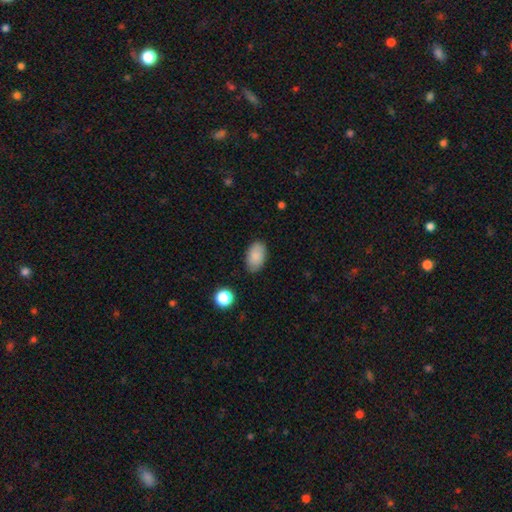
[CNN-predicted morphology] This appears to be a smooth galaxy with no disk features (87%) that is in between round and cigar-shaped (93%). Merging: none (84%).